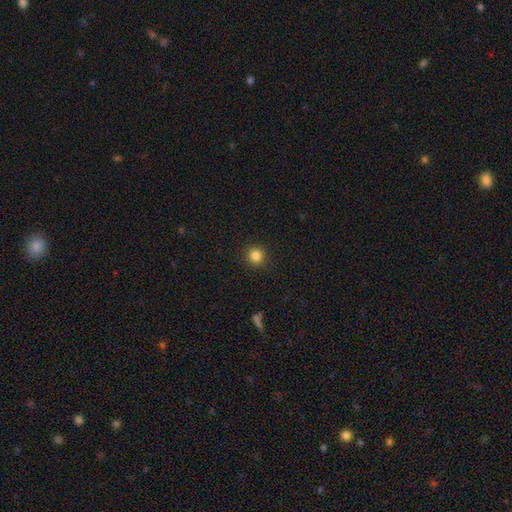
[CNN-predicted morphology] A smooth galaxy with no disk features (83%) that is round (94%).

Vote fractions:
- Smooth or featured? smooth: 83% / star or artifact: 12% / featured or disk: 4%
- How rounded? round: 94% / in between: 5% / cigar-shaped: 1%
- Merging? none: 92% / minor disturbance: 5% / major disturbance: 2% / merger: 1%